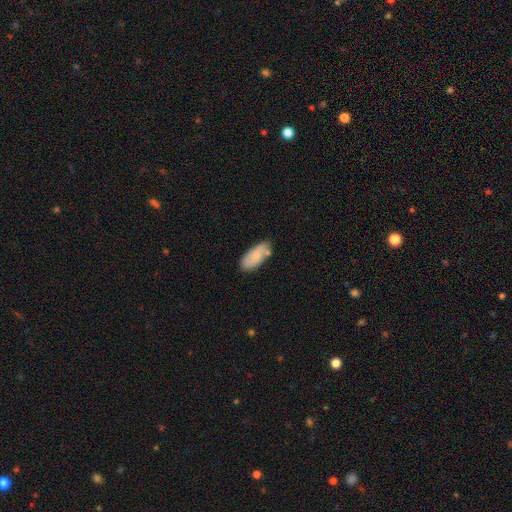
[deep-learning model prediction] Smooth or featured? smooth (75%)
How rounded? in between (87%)
Merging? none (65%)